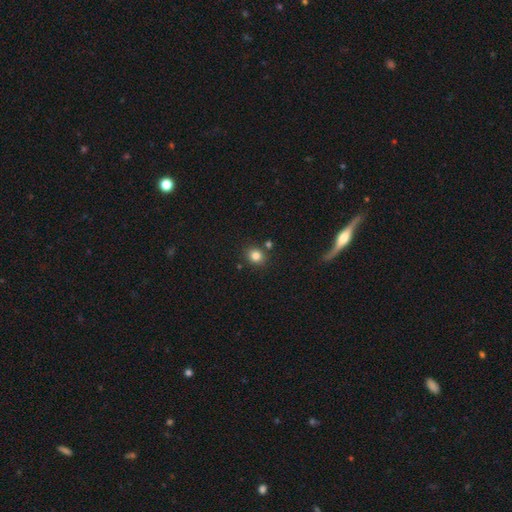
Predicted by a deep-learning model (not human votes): Smooth or featured?
  - smooth: 81% *
  - star or artifact: 12%
  - featured or disk: 6%
How rounded?
  - round: 76% *
  - in between: 23%
  - cigar-shaped: 1%
Merging?
  - none: 81% *
  - minor disturbance: 9%
  - merger: 7%
  - major disturbance: 3%